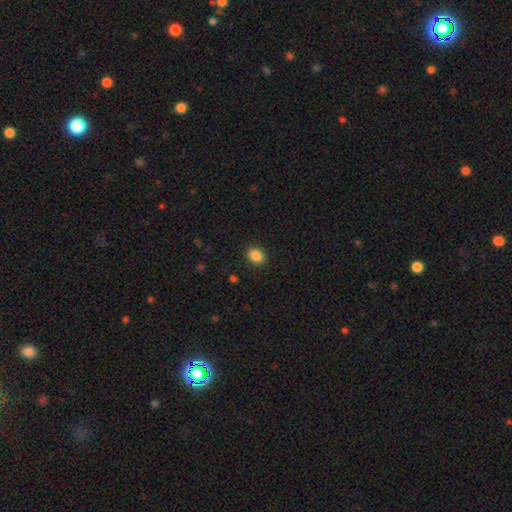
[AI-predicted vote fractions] smooth-or-featured: smooth: 87% | star or artifact: 9% | featured or disk: 4%
  how-rounded: in between: 50% | round: 49% | cigar-shaped: 1%
  merging: none: 89% | minor disturbance: 8% | major disturbance: 2% | merger: 1%